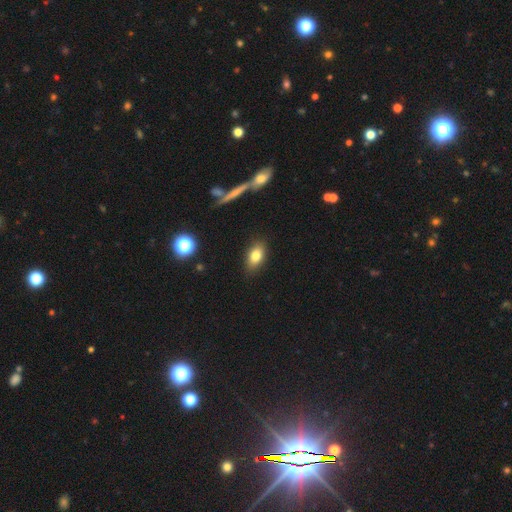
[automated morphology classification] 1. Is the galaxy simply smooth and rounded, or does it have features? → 81% smooth, 10% featured or disk, 9% star or artifact.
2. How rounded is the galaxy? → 86% in between, 10% round, 4% cigar-shaped.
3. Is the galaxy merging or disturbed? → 86% none, 10% minor disturbance, 2% major disturbance, 2% merger.